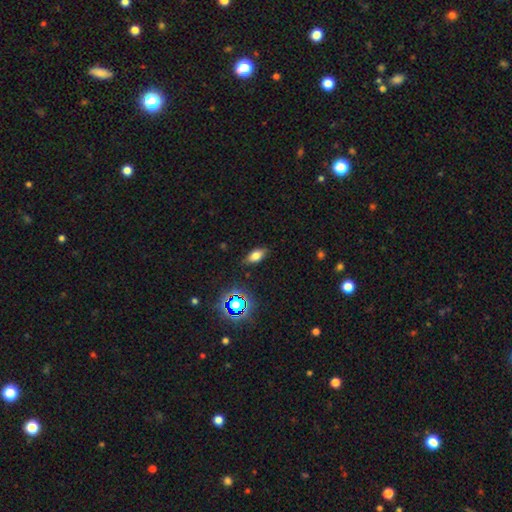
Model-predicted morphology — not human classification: smooth_or_featured: smooth (p=0.70) [alt: star or artifact p=0.16]
how_rounded: in between (p=0.85) [alt: cigar-shaped p=0.09]
merging: none (p=0.85) [alt: minor disturbance p=0.11]